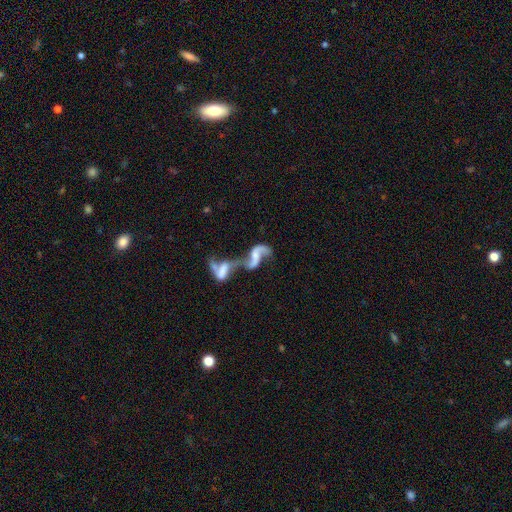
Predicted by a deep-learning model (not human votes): smooth_or_featured: featured or disk (p=0.76) [alt: smooth p=0.16]
disk_edge_on: no (p=0.95) [alt: yes p=0.05]
bar: no (p=0.46) [alt: weak p=0.35]
has_spiral_arms: yes (p=0.81) [alt: no p=0.19]
spiral_winding: loose (p=0.84) [alt: medium p=0.13]
spiral_arm_count: 2 (p=0.78) [alt: 1 p=0.13]
bulge_size: none (p=0.39) [alt: small p=0.28]
merging: merger (p=0.78) [alt: major disturbance p=0.09]